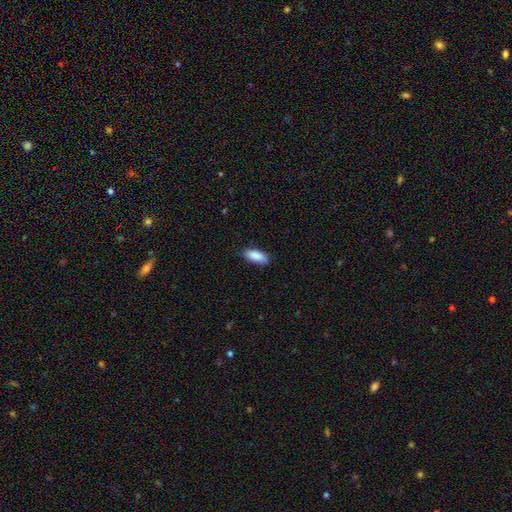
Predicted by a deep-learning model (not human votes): This is clearly a smooth galaxy (89%). How rounded: clearly in between (83%). Merging: clearly none (83%).